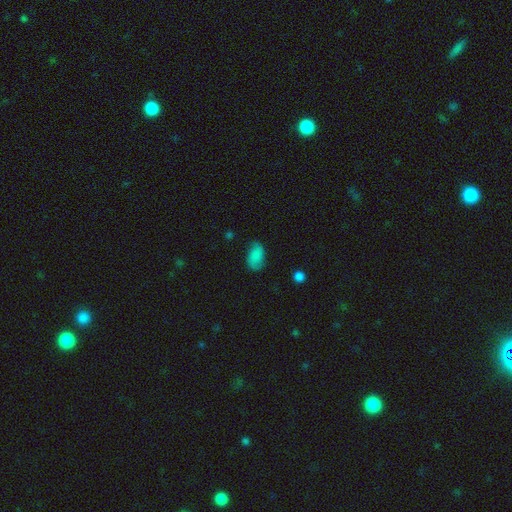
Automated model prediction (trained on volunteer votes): Smooth or featured: smooth — 76% (featured or disk — 15%)
How rounded: in between — 91% (round — 7%)
Merging: none — 67% (minor disturbance — 25%)